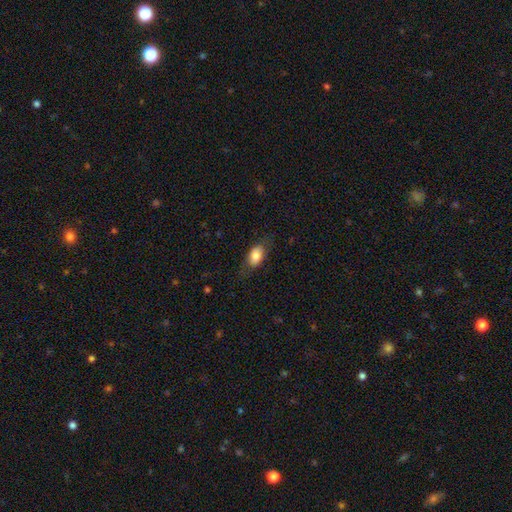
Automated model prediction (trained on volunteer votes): Smooth or featured?
  - smooth: 77% *
  - featured or disk: 16%
  - star or artifact: 7%
How rounded?
  - in between: 87% *
  - round: 9%
  - cigar-shaped: 5%
Merging?
  - none: 72% *
  - minor disturbance: 19%
  - major disturbance: 8%
  - merger: 1%